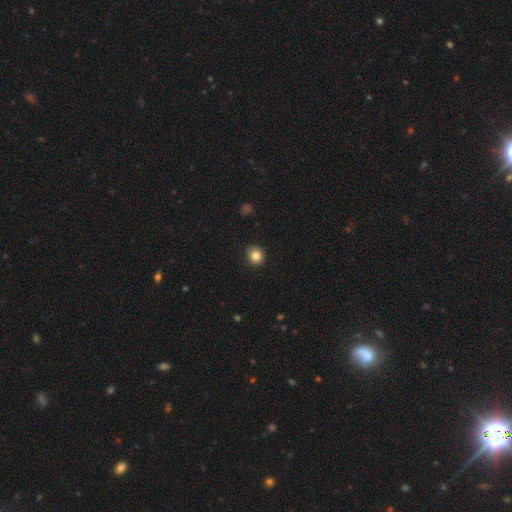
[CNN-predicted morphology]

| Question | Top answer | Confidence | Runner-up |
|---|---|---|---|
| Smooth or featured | smooth | 84% | star or artifact (11%) |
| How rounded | round | 86% | in between (13%) |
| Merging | none | 86% | minor disturbance (11%) |